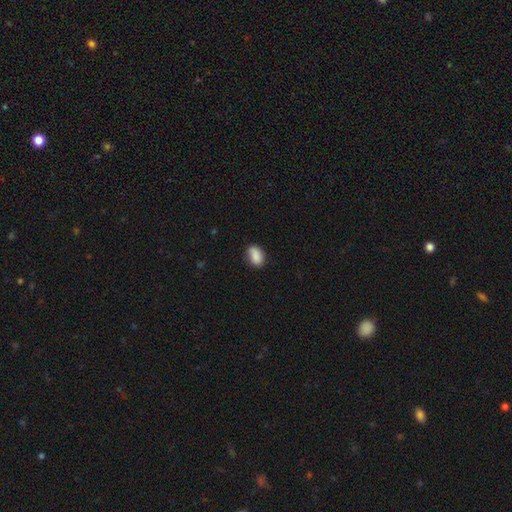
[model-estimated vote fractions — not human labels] Q: Smooth or featured?
A: smooth (86%); runner-up: star or artifact (8%)
Q: How rounded?
A: in between (84%); runner-up: round (14%)
Q: Merging?
A: none (73%); runner-up: minor disturbance (21%)